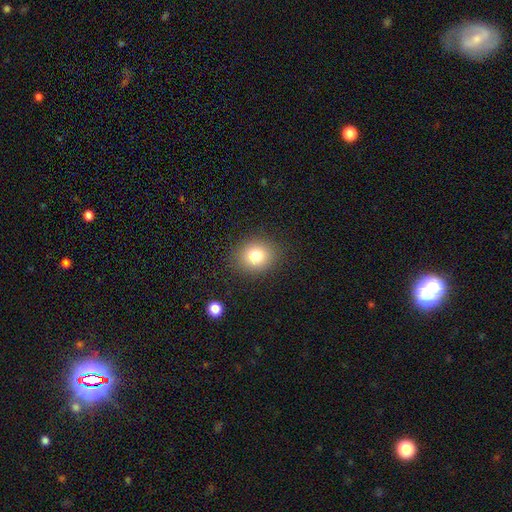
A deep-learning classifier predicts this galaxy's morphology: A smooth galaxy with no disk features (79%) that is round (70%). Merging: none (88%).